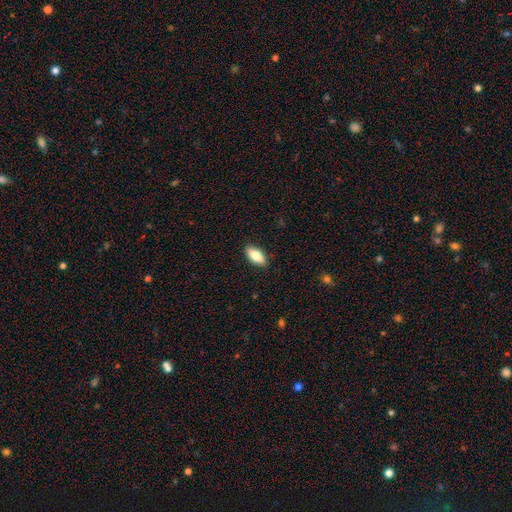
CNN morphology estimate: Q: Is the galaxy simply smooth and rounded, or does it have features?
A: smooth — 79%.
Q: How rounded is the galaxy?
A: in between — 86%.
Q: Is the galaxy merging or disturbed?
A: none — 88%.